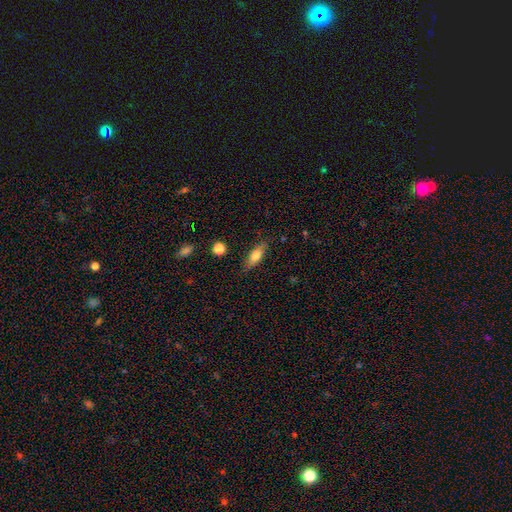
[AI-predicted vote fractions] The model was most divided on "how rounded": in between: 64%, cigar-shaped: 32%, round: 4%. More confident: merging — none (84%); smooth or featured — smooth (70%).